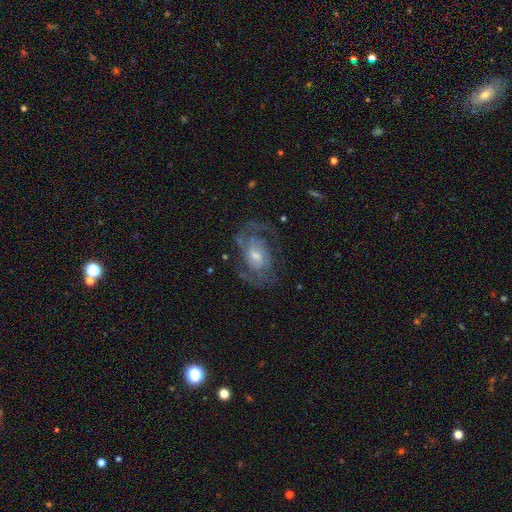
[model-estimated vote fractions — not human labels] This is clearly a featured or disk galaxy (83%). It is clearly not viewed edge-on (97%). Bar: possibly no (50%). Spiral arm pattern: clearly yes (92%). Spiral arm count: likely 2 (62%). Spiral winding: possibly medium (48%). Central bulge: marginally moderate (45%). Merging: likely none (68%).